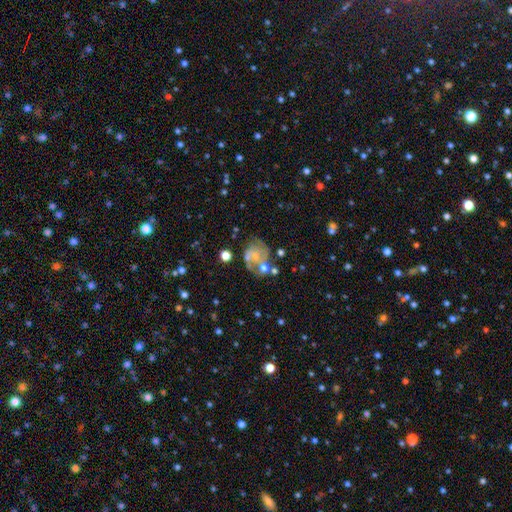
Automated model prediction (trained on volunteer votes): A featured or disk galaxy (64%) with no bar (69%), spiral arms (74%) and a small central bulge (44%). Merging: none (43%).